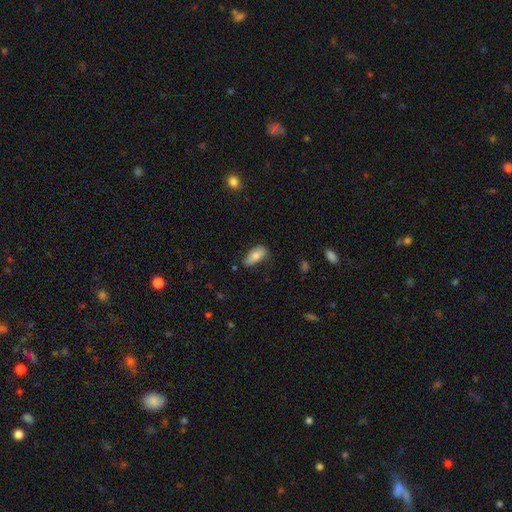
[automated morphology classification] Overall: smooth (76%). How rounded: in between (88%). Merging: none (54%; minor disturbance 35%).